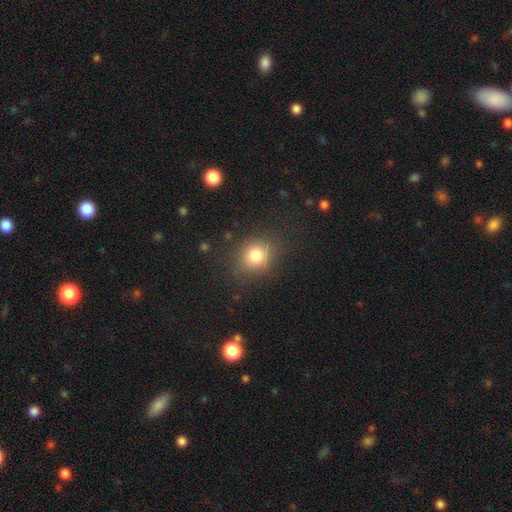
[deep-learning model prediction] Smooth or featured?
  - smooth: 80% *
  - star or artifact: 12%
  - featured or disk: 8%
How rounded?
  - round: 70% *
  - in between: 29%
  - cigar-shaped: 1%
Merging?
  - none: 81% *
  - minor disturbance: 12%
  - major disturbance: 5%
  - merger: 1%